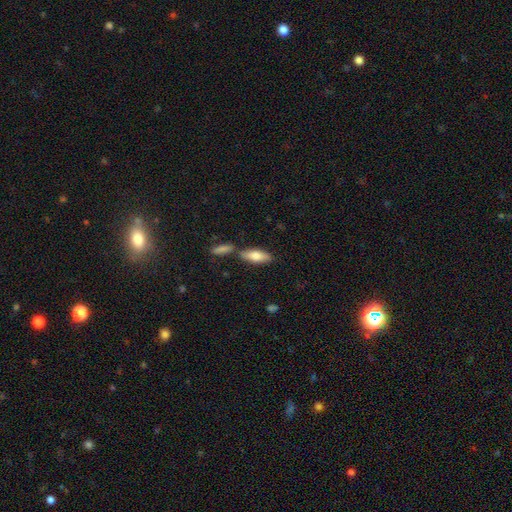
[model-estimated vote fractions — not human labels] smooth_or_featured: smooth (p=0.75) [alt: featured or disk p=0.19]
how_rounded: in between (p=0.66) [alt: cigar-shaped p=0.32]
merging: none (p=0.69) [alt: merger p=0.17]